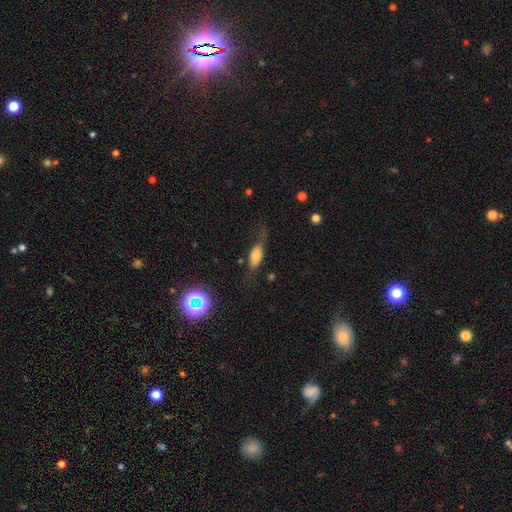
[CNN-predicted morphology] This is possibly a smooth galaxy (58%). How rounded: likely in between (73%). Merging: possibly none (52%).